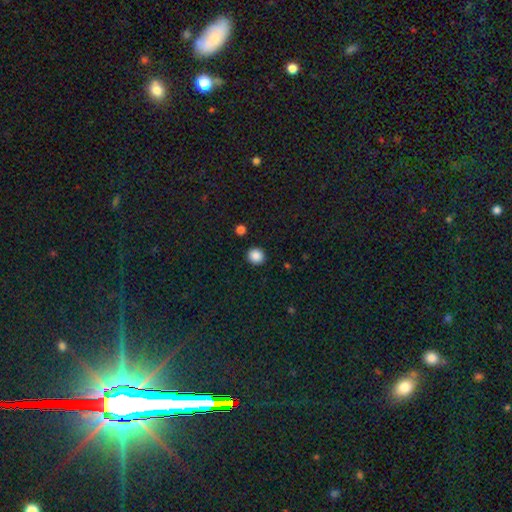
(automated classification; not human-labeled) Smooth or featured? smooth (87%)
How rounded? round (86%)
Merging? none (90%)